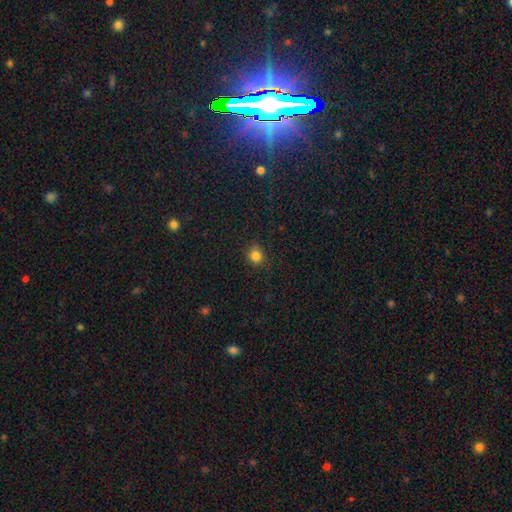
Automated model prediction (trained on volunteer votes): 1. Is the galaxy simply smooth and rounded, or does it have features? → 83% smooth, 13% star or artifact, 4% featured or disk.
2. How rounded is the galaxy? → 87% round, 12% in between, 1% cigar-shaped.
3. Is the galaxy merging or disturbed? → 84% none, 12% minor disturbance, 3% major disturbance, 1% merger.